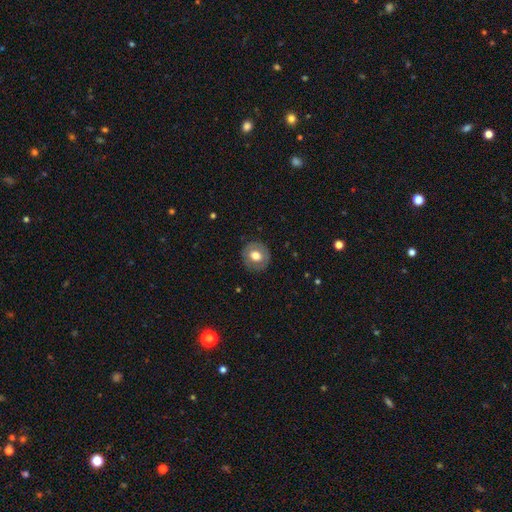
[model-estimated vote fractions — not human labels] This is likely a smooth galaxy (67%). How rounded: clearly round (85%). Merging: clearly none (87%).